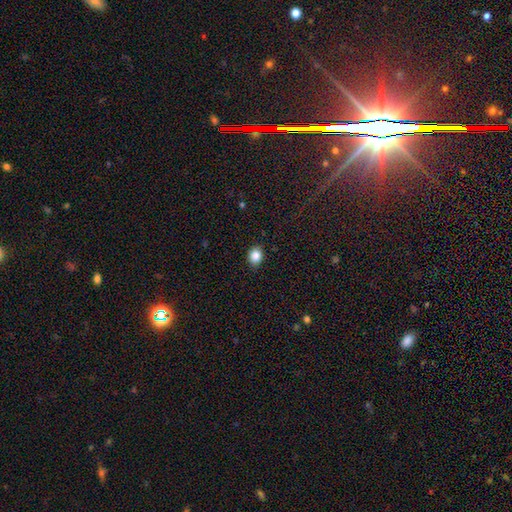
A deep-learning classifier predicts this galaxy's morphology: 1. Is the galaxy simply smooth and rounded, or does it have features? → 85% smooth, 10% star or artifact, 5% featured or disk.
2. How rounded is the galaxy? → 53% in between, 46% round, 1% cigar-shaped.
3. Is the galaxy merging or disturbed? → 87% none, 10% minor disturbance, 2% major disturbance, 1% merger.